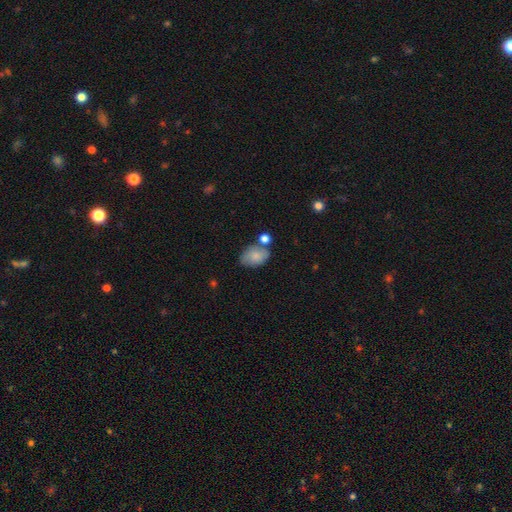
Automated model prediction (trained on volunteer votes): This appears to be a smooth galaxy with no disk features (81%) that is in between round and cigar-shaped (85%). Merging: none (58%).